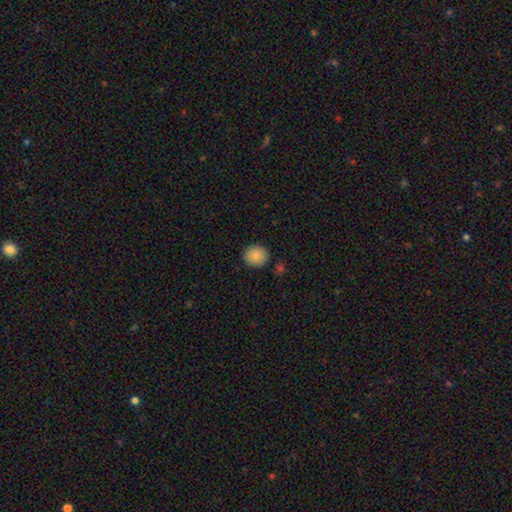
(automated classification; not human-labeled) smooth 85%, star or artifact 8%, featured or disk 7%. Down the decision tree: how rounded — round (88%); merging — none (88%).